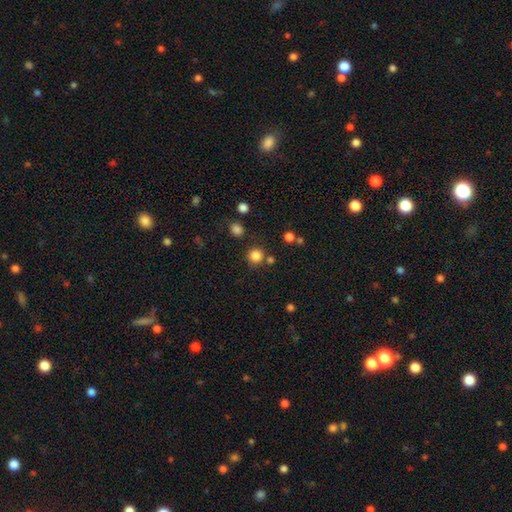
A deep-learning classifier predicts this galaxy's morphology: Smooth or featured?
  - smooth: 83% *
  - star or artifact: 13%
  - featured or disk: 4%
How rounded?
  - round: 93% *
  - in between: 6%
  - cigar-shaped: 1%
Merging?
  - none: 80% *
  - merger: 8%
  - minor disturbance: 8%
  - major disturbance: 3%